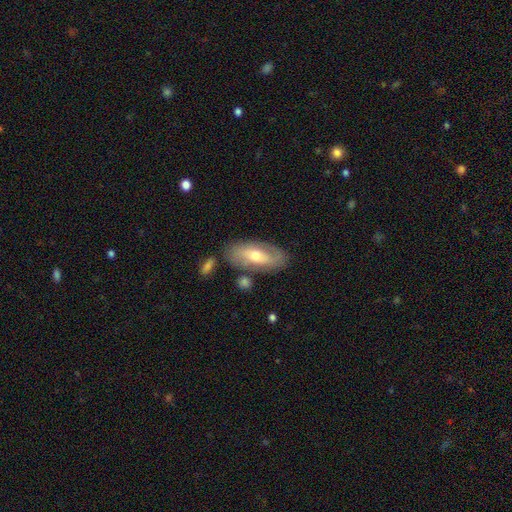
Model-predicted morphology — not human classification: The model was most divided on "smooth or featured": featured or disk: 54%, smooth: 40%, star or artifact: 6%. More confident: edge-on disk — no (82%); merging — none (74%).